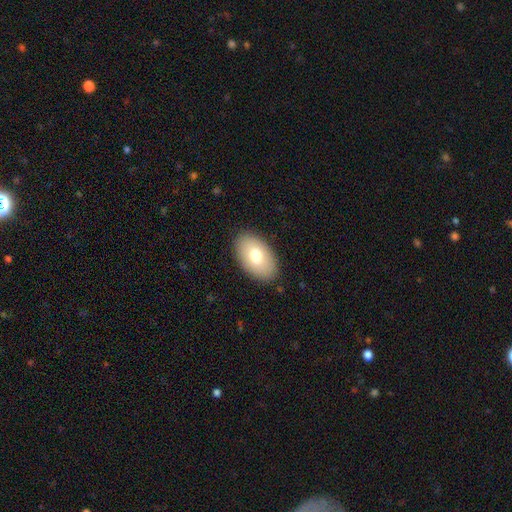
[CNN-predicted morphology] A smooth galaxy with no disk features (74%) that is in between round and cigar-shaped (93%). Merging: none (87%).